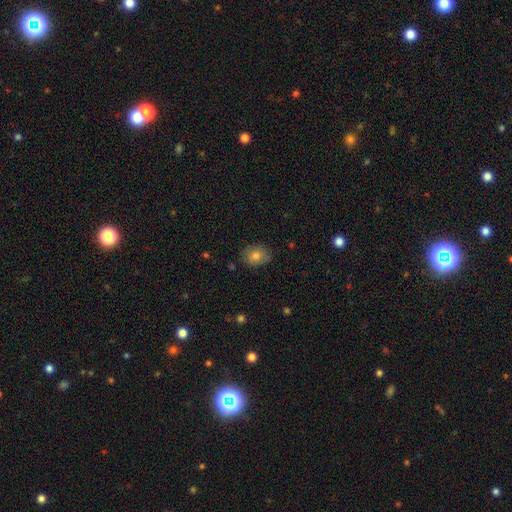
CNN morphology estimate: A smooth galaxy with no disk features (81%) that is in between round and cigar-shaped (58%).

Vote fractions:
- Smooth or featured? smooth: 81% / featured or disk: 10% / star or artifact: 9%
- How rounded? in between: 58% / round: 41% / cigar-shaped: 1%
- Merging? none: 81% / minor disturbance: 15% / major disturbance: 3% / merger: 1%